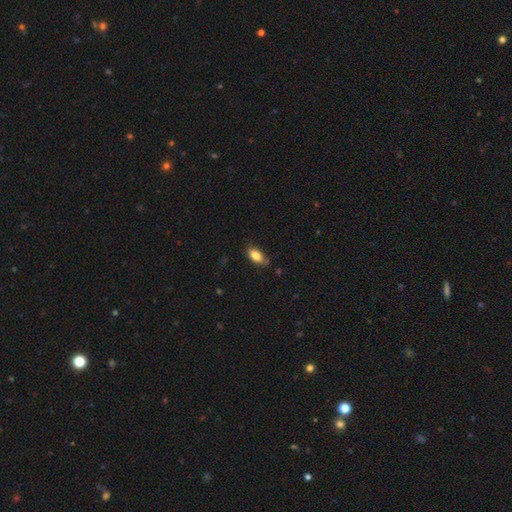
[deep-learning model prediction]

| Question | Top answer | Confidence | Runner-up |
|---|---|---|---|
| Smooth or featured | smooth | 84% | featured or disk (9%) |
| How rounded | in between | 90% | cigar-shaped (6%) |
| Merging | none | 74% | minor disturbance (19%) |